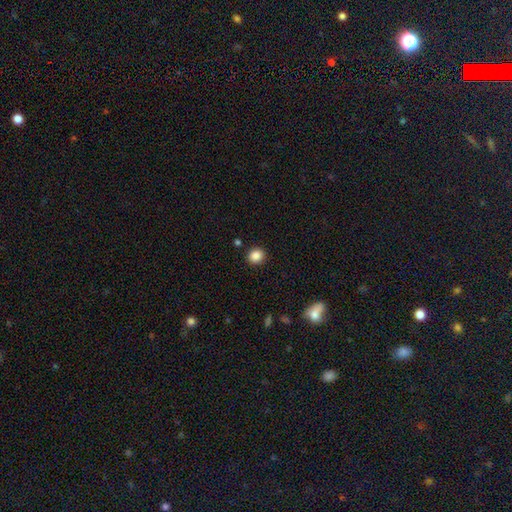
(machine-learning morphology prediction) smooth 87%, star or artifact 9%, featured or disk 3%. Down the decision tree: how rounded — round (75%); merging — none (91%).